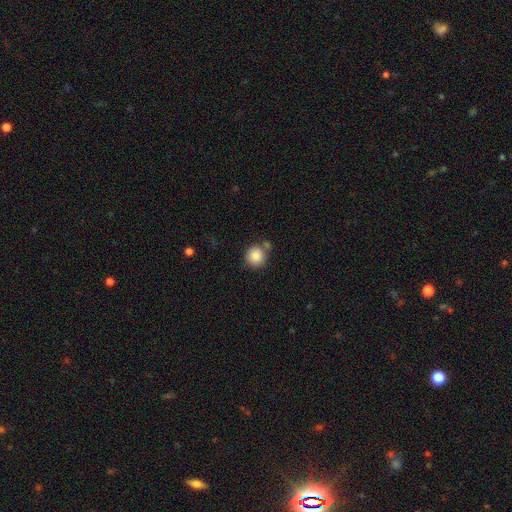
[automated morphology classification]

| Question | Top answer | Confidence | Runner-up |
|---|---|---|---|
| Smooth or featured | smooth | 86% | star or artifact (9%) |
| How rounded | round | 94% | in between (5%) |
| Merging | none | 72% | merger (14%) |